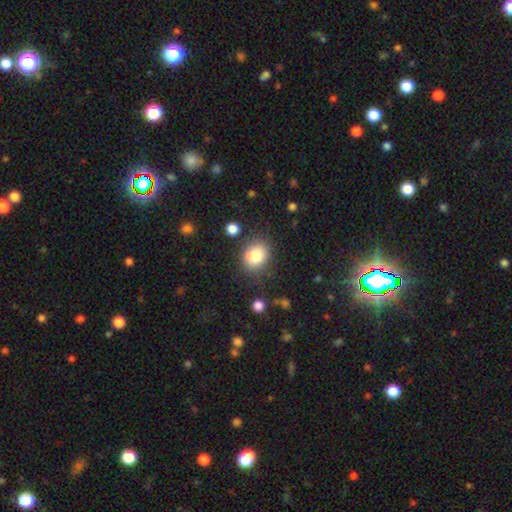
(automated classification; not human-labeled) Smooth or featured: smooth — 79% (star or artifact — 11%)
How rounded: round — 59% (in between — 40%)
Merging: none — 70% (minor disturbance — 15%)